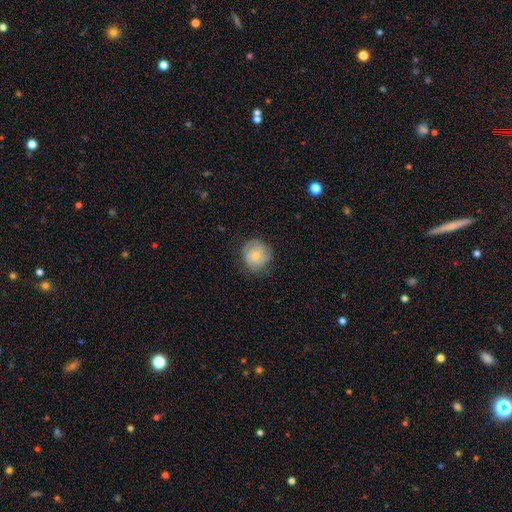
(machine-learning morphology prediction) Smooth or featured? Predicted: smooth (p=0.51). How rounded? Predicted: round (p=0.87). Merging? Predicted: none (p=0.67).